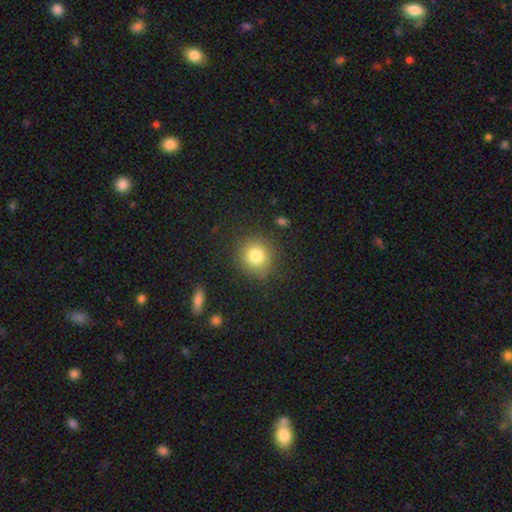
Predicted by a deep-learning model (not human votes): Smooth or featured: smooth — 80% (star or artifact — 12%)
How rounded: round — 88% (in between — 11%)
Merging: none — 85% (minor disturbance — 10%)